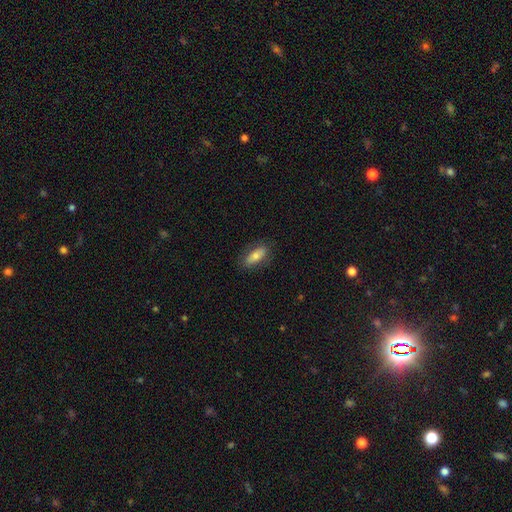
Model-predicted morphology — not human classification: Smooth or featured? smooth (65%)
How rounded? in between (74%)
Merging? none (82%)